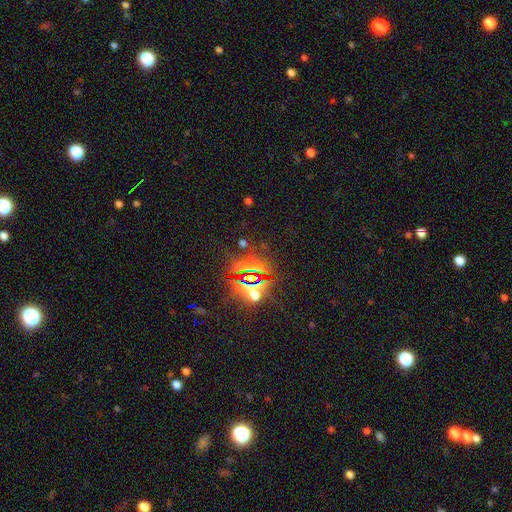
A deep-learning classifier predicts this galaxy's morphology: Smooth or featured: star or artifact — 84% (smooth — 10%)